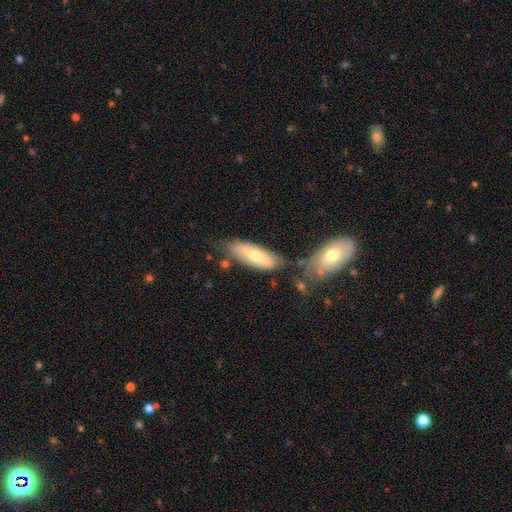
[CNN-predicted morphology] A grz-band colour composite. It shows a smooth galaxy with no disk features (55%) that is in between round and cigar-shaped (56%). Merging: none (63%).